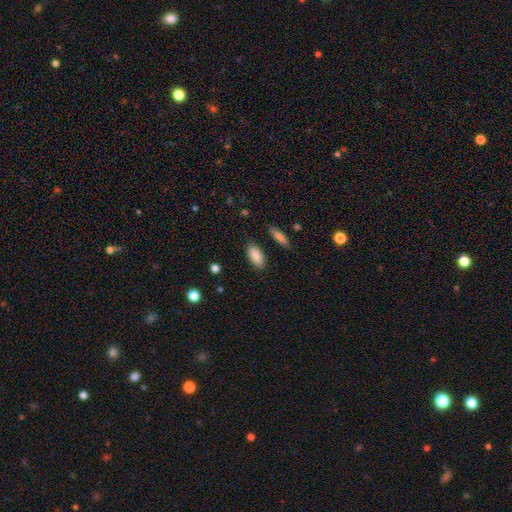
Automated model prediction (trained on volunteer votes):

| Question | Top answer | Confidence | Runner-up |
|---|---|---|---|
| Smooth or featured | smooth | 87% | star or artifact (7%) |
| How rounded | in between | 89% | cigar-shaped (8%) |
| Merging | none | 85% | minor disturbance (10%) |